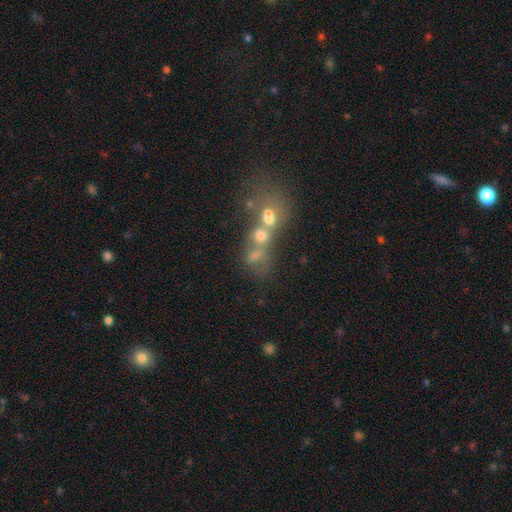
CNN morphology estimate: type=smooth (54%); roundness=round (49%); merging=merger (62%).